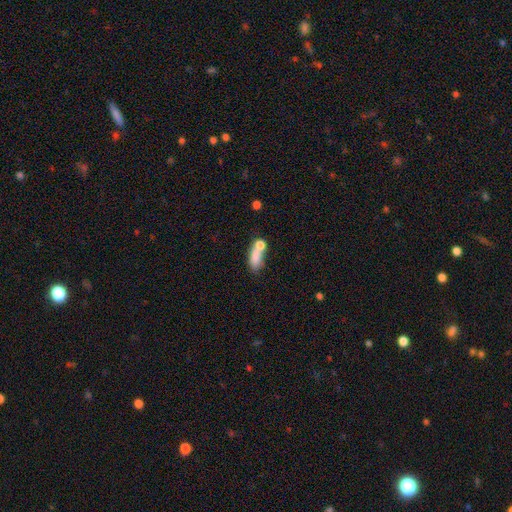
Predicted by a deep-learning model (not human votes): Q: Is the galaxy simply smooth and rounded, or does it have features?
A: smooth — 74%.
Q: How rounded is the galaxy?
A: in between — 72%.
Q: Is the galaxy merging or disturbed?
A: merger — 47%.